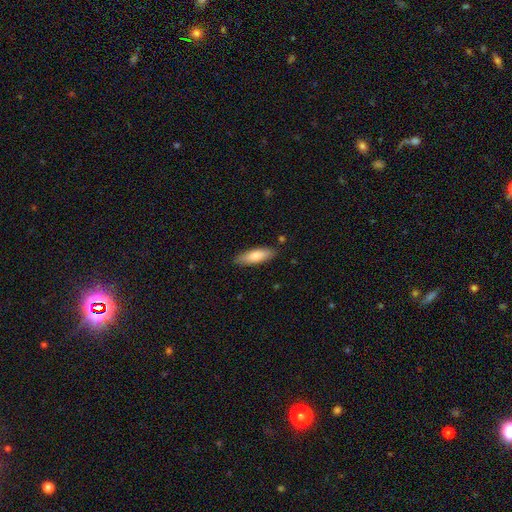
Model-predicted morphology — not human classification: This is likely a smooth galaxy (75%). How rounded: possibly in between (54%). Merging: clearly none (86%).